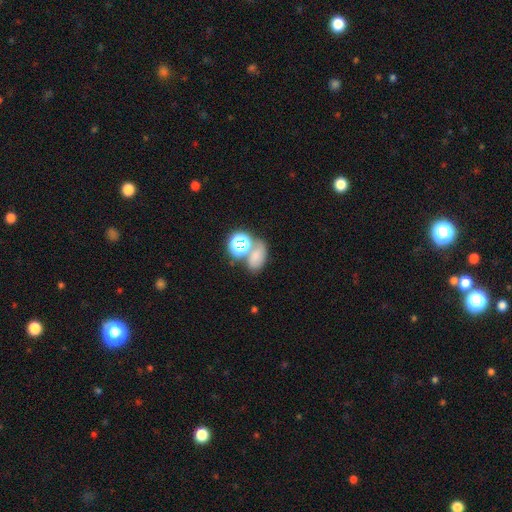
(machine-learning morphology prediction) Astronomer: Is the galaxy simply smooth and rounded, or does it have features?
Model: smooth — 62%.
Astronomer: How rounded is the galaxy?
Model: in between — 76%.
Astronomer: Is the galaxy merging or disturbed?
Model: none — 44% (runner-up: merger, 33%).